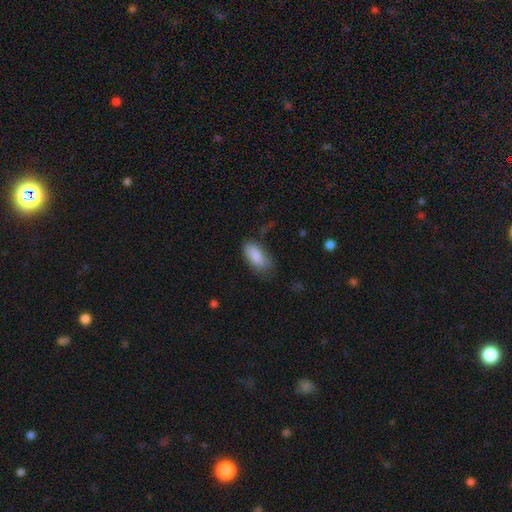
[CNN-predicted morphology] Q: Smooth or featured?
A: smooth (87%); runner-up: featured or disk (7%)
Q: How rounded?
A: in between (90%); runner-up: cigar-shaped (7%)
Q: Merging?
A: none (63%); runner-up: minor disturbance (27%)